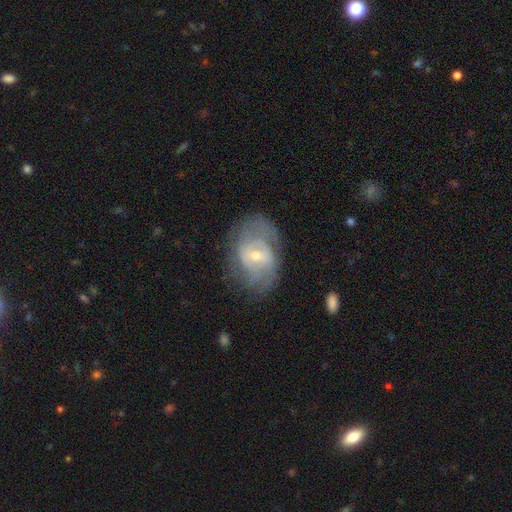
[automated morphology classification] Smooth or featured?
  - featured or disk: 72% *
  - smooth: 21%
  - star or artifact: 7%
Edge-on disk?
  - no: 96% *
  - yes: 4%
Bar?
  - weak: 53% *
  - no: 30%
  - strong: 16%
Spiral arms?
  - yes: 77% *
  - no: 23%
Spiral winding?
  - tight: 42% *
  - medium: 40%
  - loose: 18%
Spiral arm count?
  - can't tell: 41% *
  - 2: 40%
  - 3: 8%
  - 1: 5%
  - 4: 3%
  - more than 4: 2%
Bulge size?
  - small: 54% *
  - moderate: 42%
  - large: 2%
  - none: 2%
  - dominant: 1%
Merging?
  - none: 60% *
  - minor disturbance: 23%
  - major disturbance: 15%
  - merger: 2%